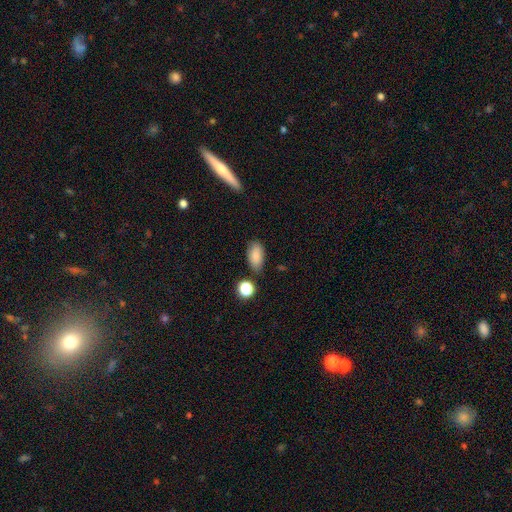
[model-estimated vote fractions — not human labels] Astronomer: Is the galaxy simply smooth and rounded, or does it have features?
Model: smooth — 84%.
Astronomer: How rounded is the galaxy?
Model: in between — 91%.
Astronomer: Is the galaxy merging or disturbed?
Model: none — 77%.